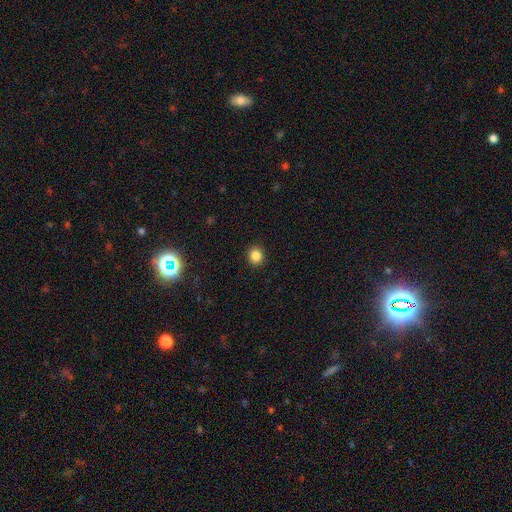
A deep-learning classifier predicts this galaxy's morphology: Smooth or featured? Predicted: smooth (p=0.85). How rounded? Predicted: round (p=0.81). Merging? Predicted: none (p=0.92).